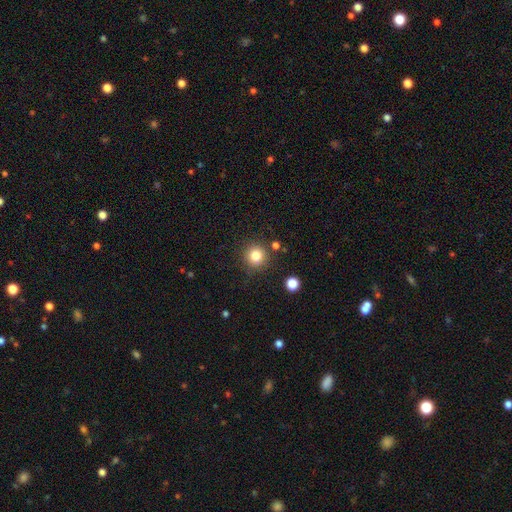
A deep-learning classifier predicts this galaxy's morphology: A smooth galaxy with no disk features (82%) that is round (94%).

Vote fractions:
- Smooth or featured? smooth: 82% / star or artifact: 12% / featured or disk: 6%
- How rounded? round: 94% / in between: 5% / cigar-shaped: 1%
- Merging? none: 86% / minor disturbance: 7% / merger: 4% / major disturbance: 3%